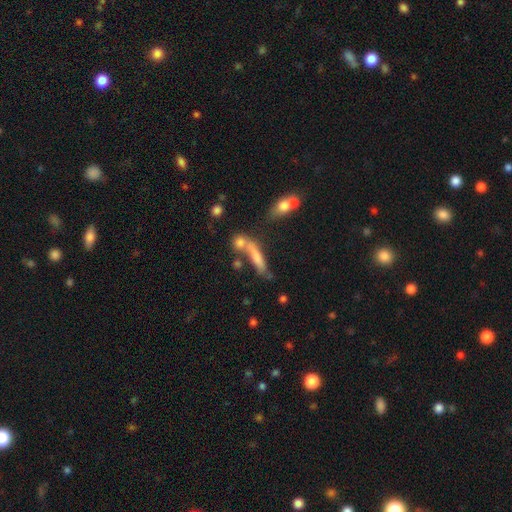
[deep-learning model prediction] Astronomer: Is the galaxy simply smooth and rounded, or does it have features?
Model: smooth — 63%.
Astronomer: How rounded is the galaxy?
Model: cigar-shaped — 80%.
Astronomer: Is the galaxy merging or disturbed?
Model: none — 44% (runner-up: merger, 31%).